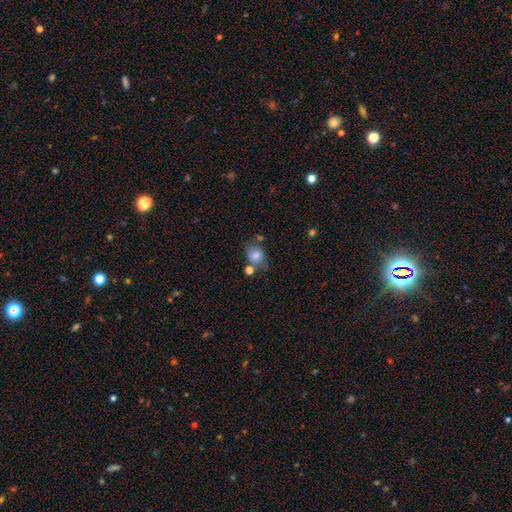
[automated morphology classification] Smooth or featured: smooth — 75% (featured or disk — 14%)
How rounded: in between — 62% (round — 37%)
Merging: none — 53% (minor disturbance — 22%)